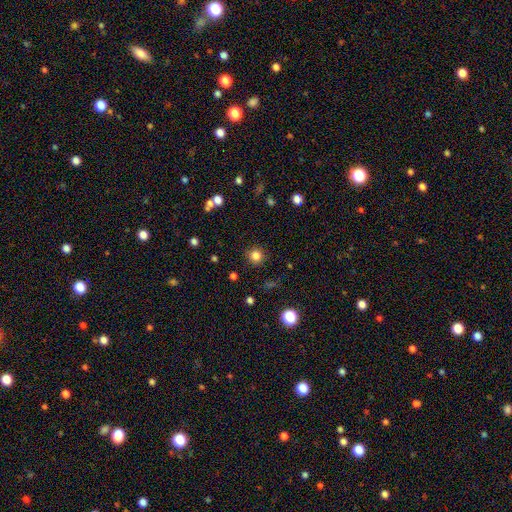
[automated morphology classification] A smooth galaxy with no disk features (82%) that is round (94%). Merging: none (90%).